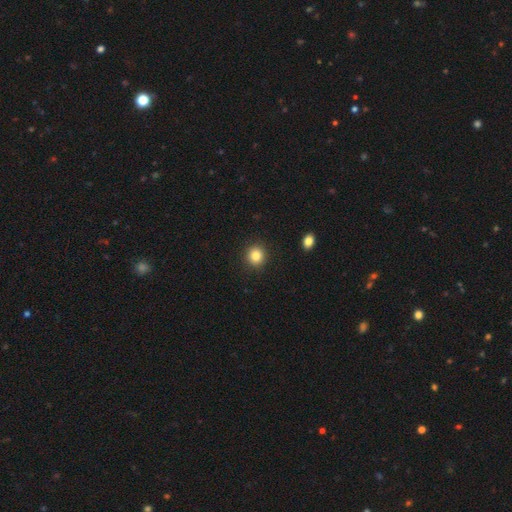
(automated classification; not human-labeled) This appears to be a smooth galaxy with no disk features (84%) that is round (89%). Merging: none (92%).